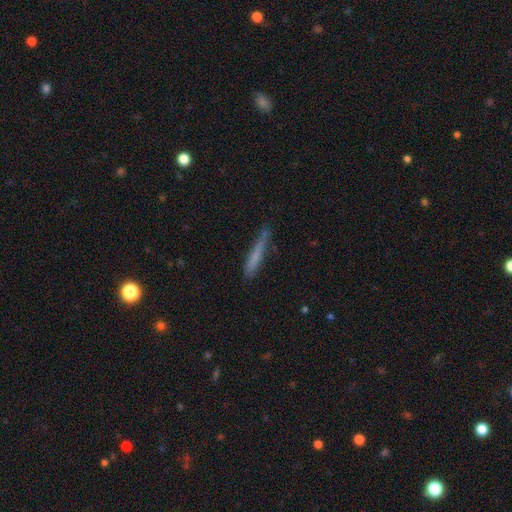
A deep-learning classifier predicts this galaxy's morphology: smooth 68%, featured or disk 24%, star or artifact 8%. Down the decision tree: how rounded — cigar-shaped (95%); merging — none (72%).